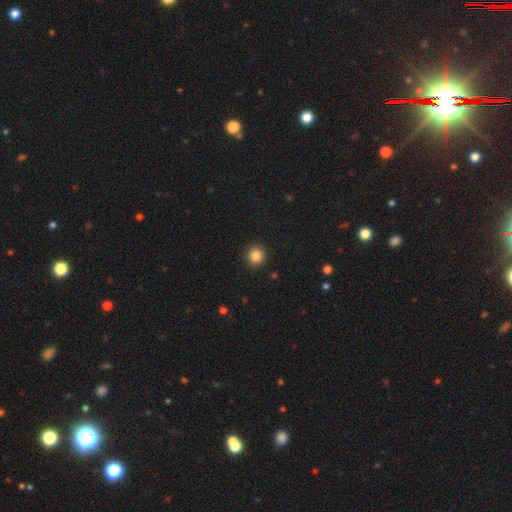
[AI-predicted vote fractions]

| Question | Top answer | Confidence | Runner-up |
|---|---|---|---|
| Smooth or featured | smooth | 85% | star or artifact (11%) |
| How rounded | round | 94% | in between (5%) |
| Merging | none | 92% | minor disturbance (5%) |